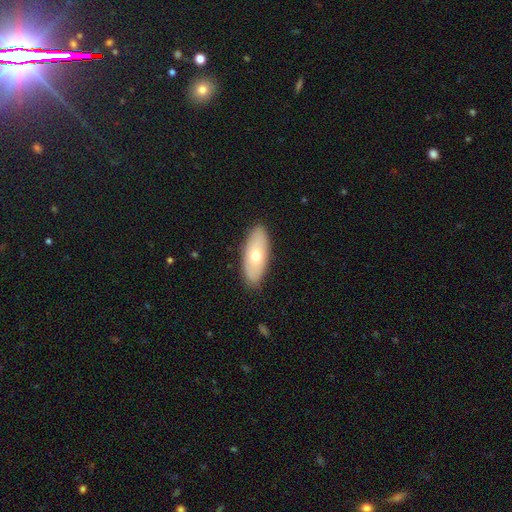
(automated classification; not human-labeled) This is likely a smooth galaxy (63%). How rounded: clearly in between (82%). Merging: clearly none (87%).